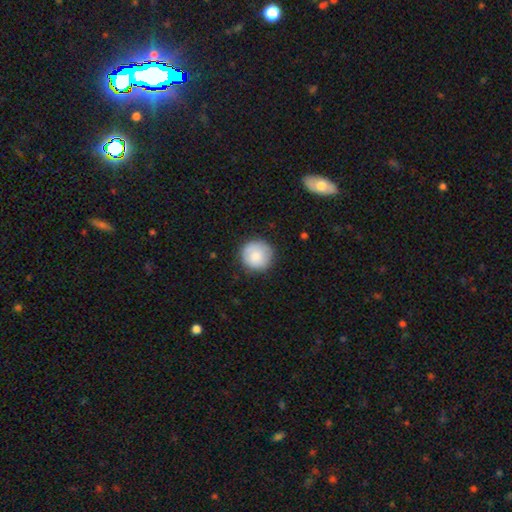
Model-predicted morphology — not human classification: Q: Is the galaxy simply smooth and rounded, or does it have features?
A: smooth — 83%.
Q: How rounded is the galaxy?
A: round — 95%.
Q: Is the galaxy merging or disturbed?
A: none — 86%.